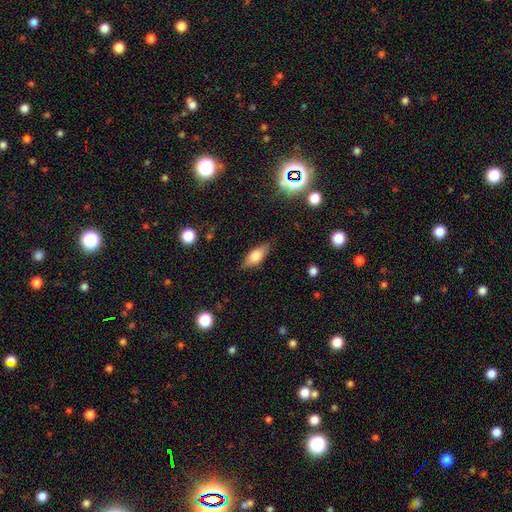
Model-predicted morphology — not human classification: smooth 63%, featured or disk 29%, star or artifact 8%. Down the decision tree: how rounded — in between (76%); merging — none (81%).